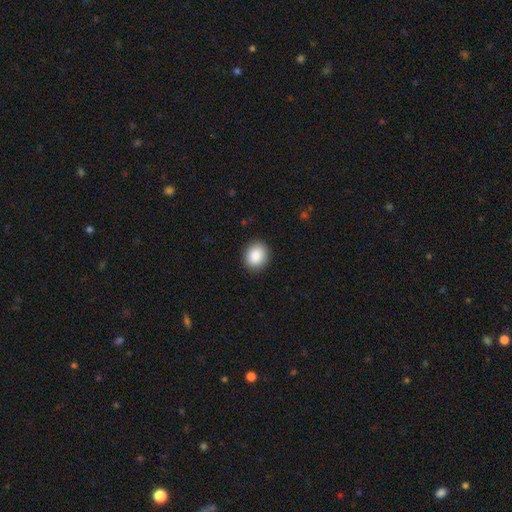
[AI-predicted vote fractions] Smooth or featured? Predicted: smooth (p=0.89). How rounded? Predicted: round (p=0.60). Merging? Predicted: none (p=0.89).